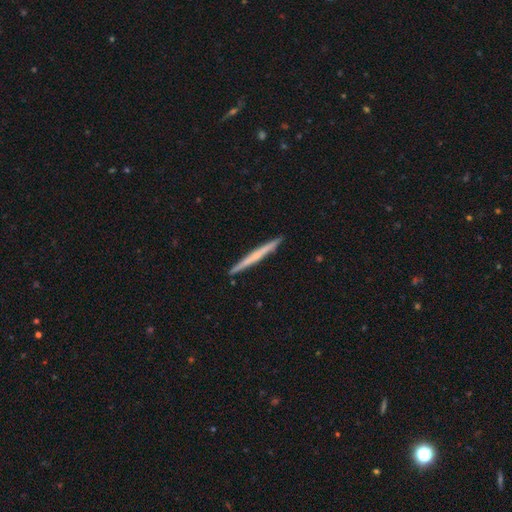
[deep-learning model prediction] This appears to be a featured or disk galaxy (50%). Merging: none (93%).